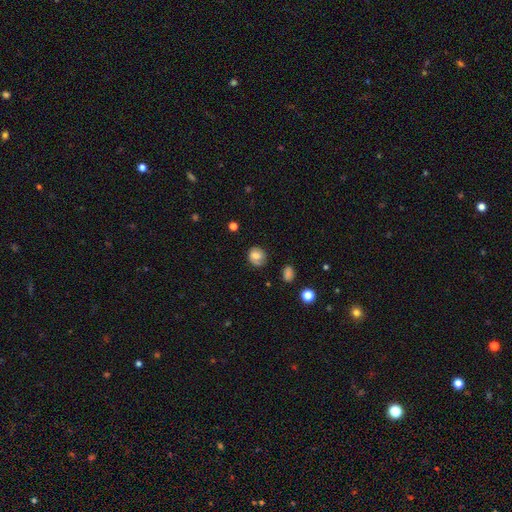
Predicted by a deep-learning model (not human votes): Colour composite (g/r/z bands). It shows a smooth galaxy with no disk features (65%) that is round (68%). Merging: none (69%).